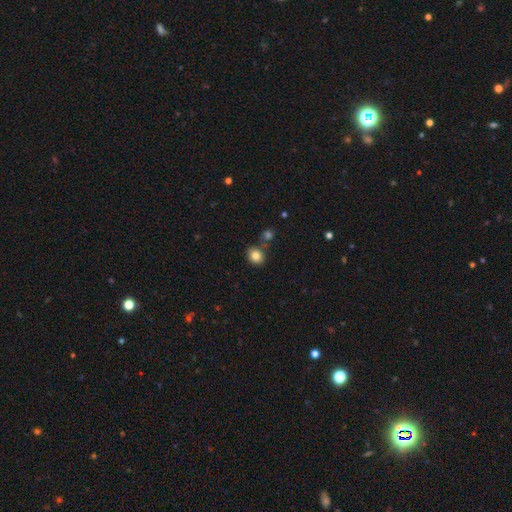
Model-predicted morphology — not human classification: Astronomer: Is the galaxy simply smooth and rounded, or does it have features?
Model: smooth — 82%.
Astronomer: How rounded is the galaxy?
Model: round — 70%.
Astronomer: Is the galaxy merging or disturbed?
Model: none — 77%.